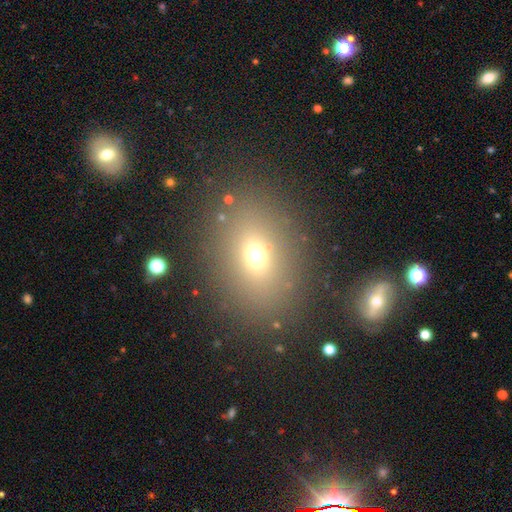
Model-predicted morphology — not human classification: Smooth or featured?
  - smooth: 66% *
  - star or artifact: 20%
  - featured or disk: 13%
How rounded?
  - in between: 59% *
  - round: 39%
  - cigar-shaped: 2%
Merging?
  - none: 81% *
  - minor disturbance: 9%
  - major disturbance: 5%
  - merger: 5%